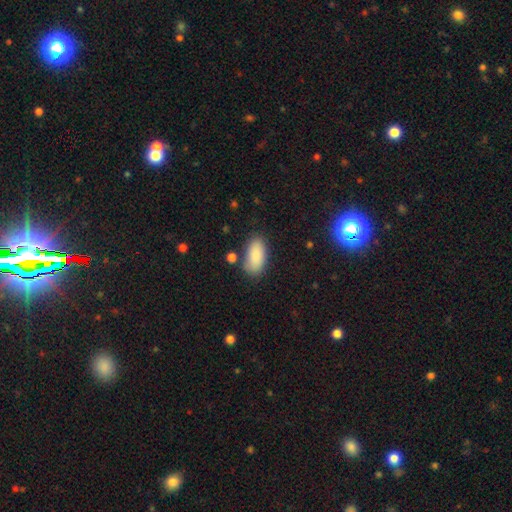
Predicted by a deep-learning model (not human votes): This appears to be a smooth galaxy with no disk features (88%) that is in between round and cigar-shaped (93%). Merging: none (75%).